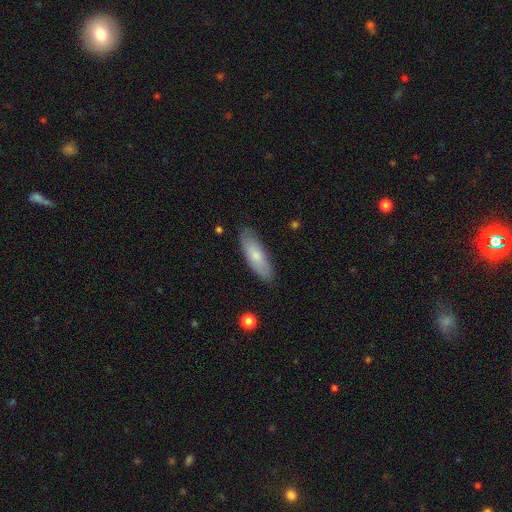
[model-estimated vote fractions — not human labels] Smooth or featured? Predicted: smooth (p=0.74). How rounded? Predicted: in between (p=0.54). Merging? Predicted: none (p=0.85).